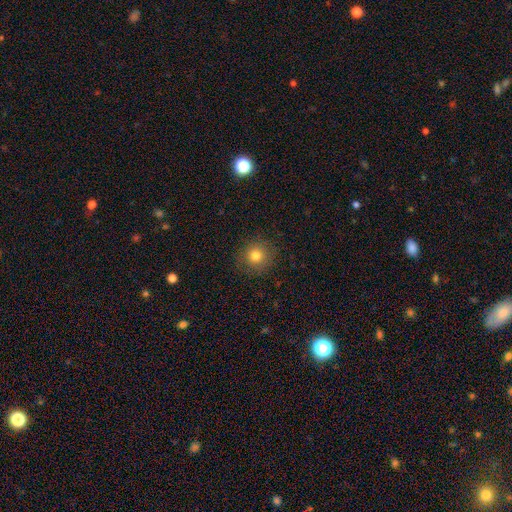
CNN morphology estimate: Smooth or featured?
  - smooth: 79% *
  - star or artifact: 13%
  - featured or disk: 8%
How rounded?
  - round: 93% *
  - in between: 6%
  - cigar-shaped: 1%
Merging?
  - none: 89% *
  - minor disturbance: 7%
  - major disturbance: 3%
  - merger: 1%